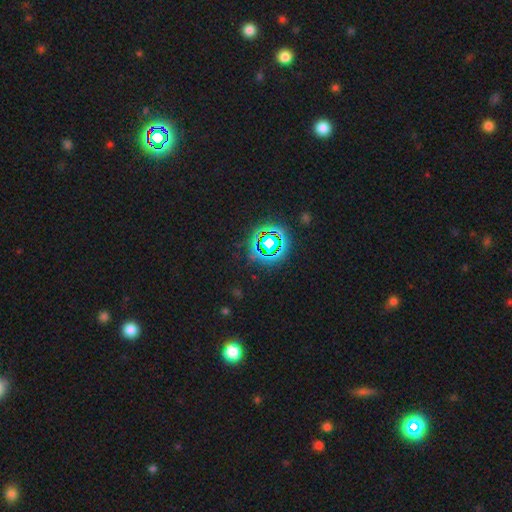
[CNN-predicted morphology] type=star or artifact (69%).